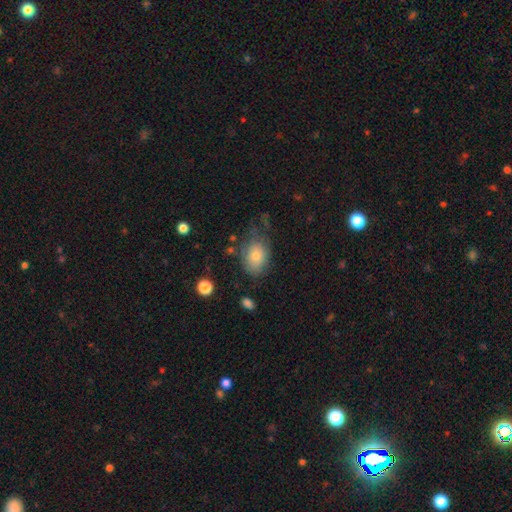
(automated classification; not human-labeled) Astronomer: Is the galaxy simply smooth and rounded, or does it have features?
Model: smooth — 76%.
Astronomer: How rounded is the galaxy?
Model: in between — 80%.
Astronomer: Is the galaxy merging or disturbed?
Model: none — 59%.